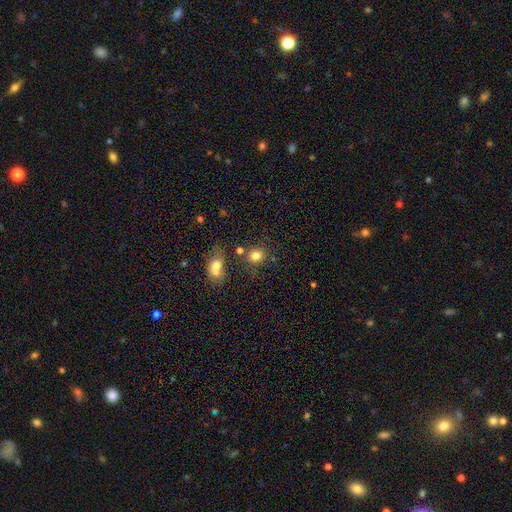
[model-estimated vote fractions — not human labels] smooth-or-featured: smooth: 78% | star or artifact: 14% | featured or disk: 8%
  how-rounded: round: 84% | in between: 15% | cigar-shaped: 1%
  merging: none: 71% | merger: 15% | minor disturbance: 11% | major disturbance: 4%